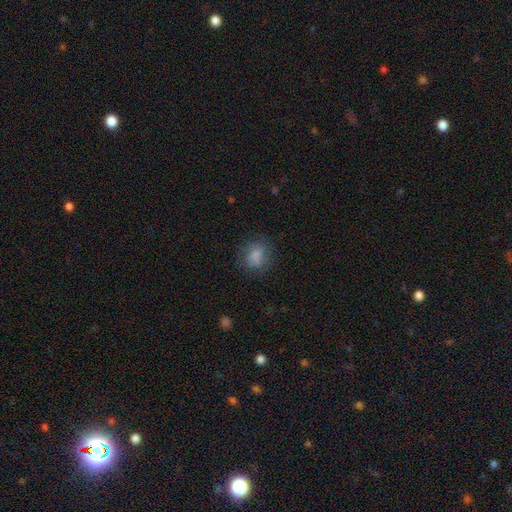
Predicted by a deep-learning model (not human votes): Morphology: type=smooth (80%); roundness=round (62%); merging=none (71%).